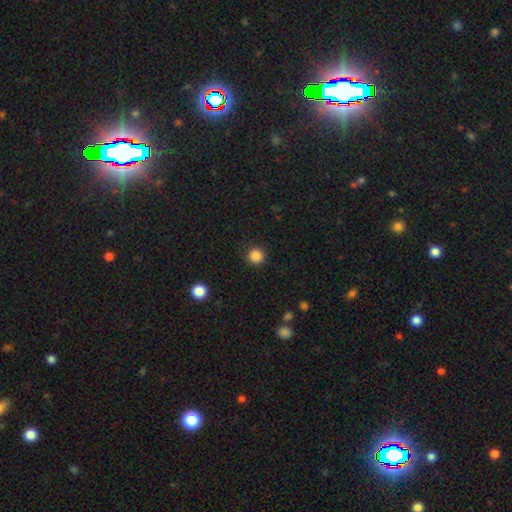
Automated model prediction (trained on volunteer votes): This appears to be a smooth galaxy with no disk features (86%) that is round (95%). Merging: none (90%).